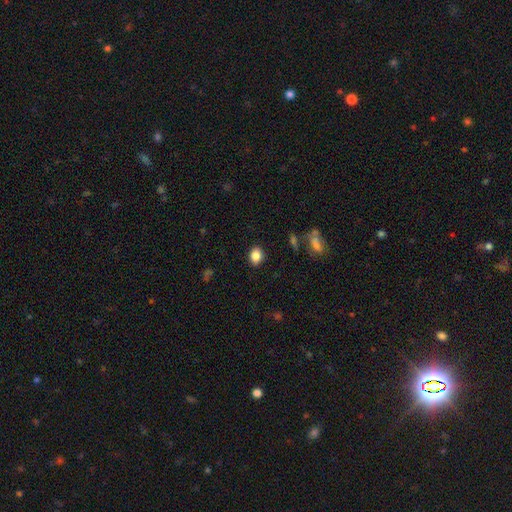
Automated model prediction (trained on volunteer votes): Smooth or featured? Predicted: smooth (p=0.85). How rounded? Predicted: in between (p=0.58). Merging? Predicted: none (p=0.88).